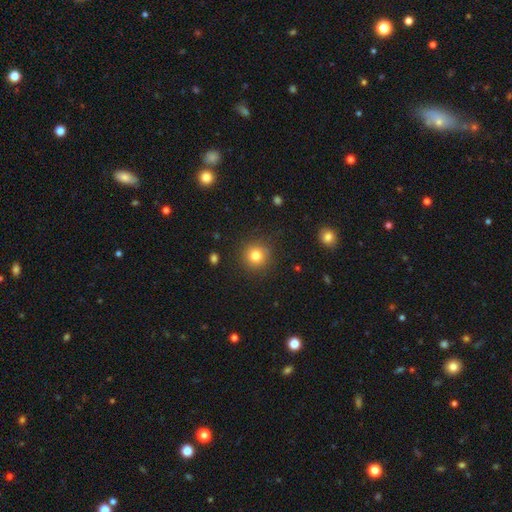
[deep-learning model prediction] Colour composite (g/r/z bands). It shows a smooth galaxy with no disk features (81%) that is round (94%). Merging: none (89%).